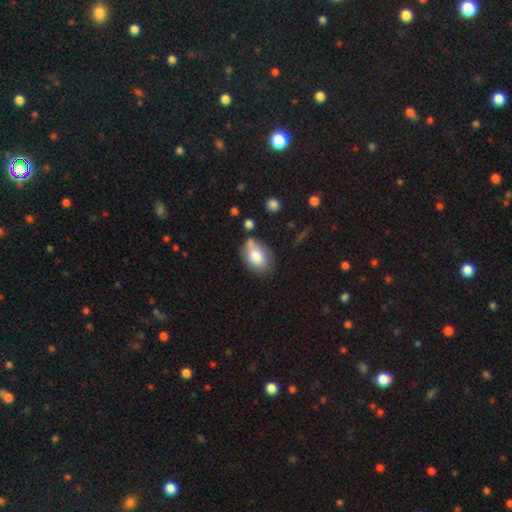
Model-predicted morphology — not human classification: The model was most divided on "merging": none: 55%, minor disturbance: 27%, merger: 10%, major disturbance: 8%. More confident: how rounded — in between (80%); smooth or featured — smooth (76%).